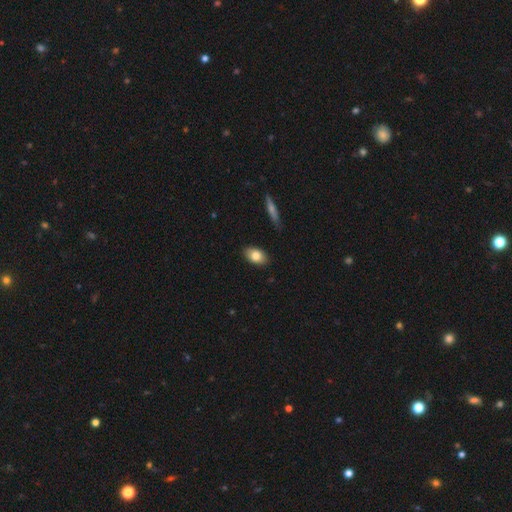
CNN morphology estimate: Overall: smooth (81%). How rounded: in between (89%). Merging: none (88%).